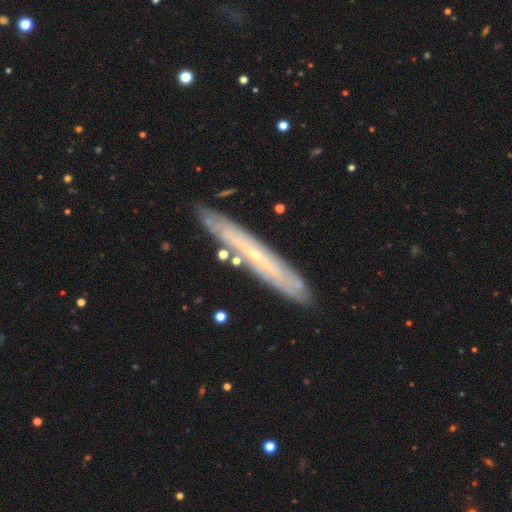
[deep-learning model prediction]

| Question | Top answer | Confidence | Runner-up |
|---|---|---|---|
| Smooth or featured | featured or disk | 69% | smooth (23%) |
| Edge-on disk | yes | 70% | no (30%) |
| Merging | none | 85% | minor disturbance (10%) |